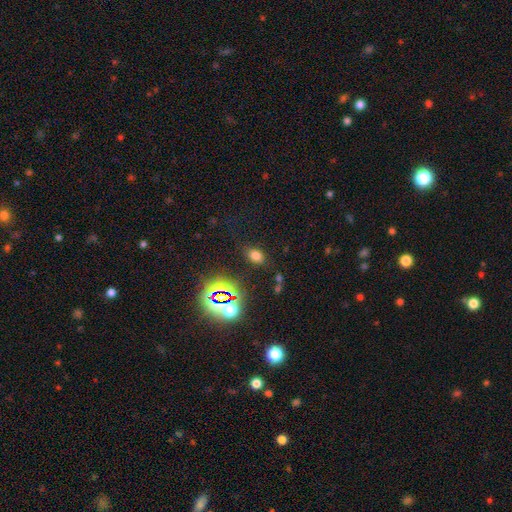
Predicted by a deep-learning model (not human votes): This is likely a smooth galaxy (67%). How rounded: likely in between (80%). Merging: clearly none (82%).